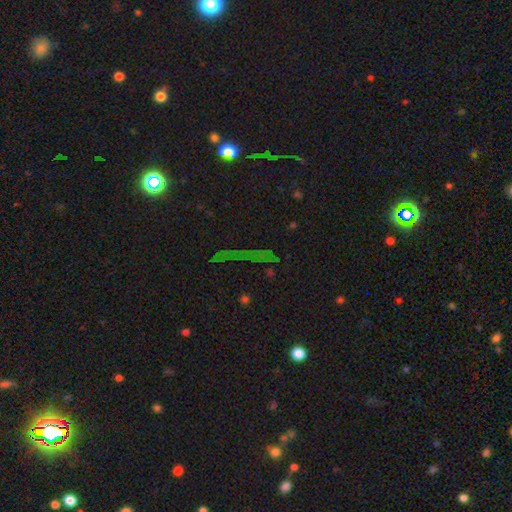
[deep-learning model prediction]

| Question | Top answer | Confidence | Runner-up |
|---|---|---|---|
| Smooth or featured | star or artifact | 64% | smooth (20%) |